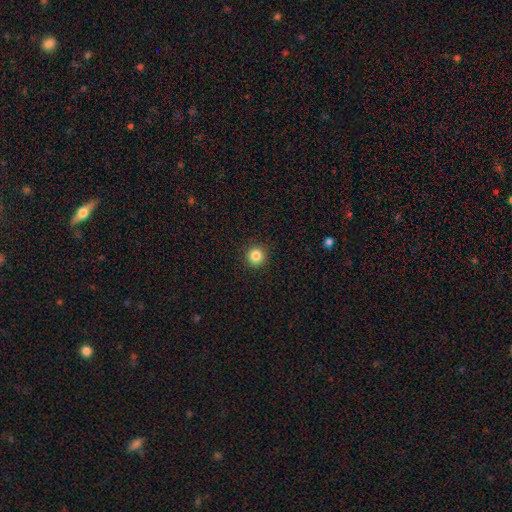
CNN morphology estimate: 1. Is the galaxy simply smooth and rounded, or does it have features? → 84% smooth, 11% star or artifact, 5% featured or disk.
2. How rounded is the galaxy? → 95% round, 4% in between, 1% cigar-shaped.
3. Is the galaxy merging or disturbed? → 92% none, 5% minor disturbance, 2% major disturbance, 1% merger.